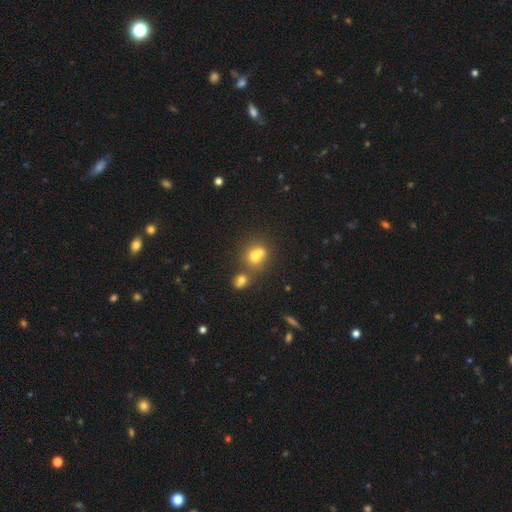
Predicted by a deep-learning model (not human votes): Smooth or featured?
  - smooth: 67% *
  - featured or disk: 17%
  - star or artifact: 16%
How rounded?
  - round: 75% *
  - in between: 24%
  - cigar-shaped: 1%
Merging?
  - merger: 54% *
  - none: 35%
  - minor disturbance: 8%
  - major disturbance: 4%